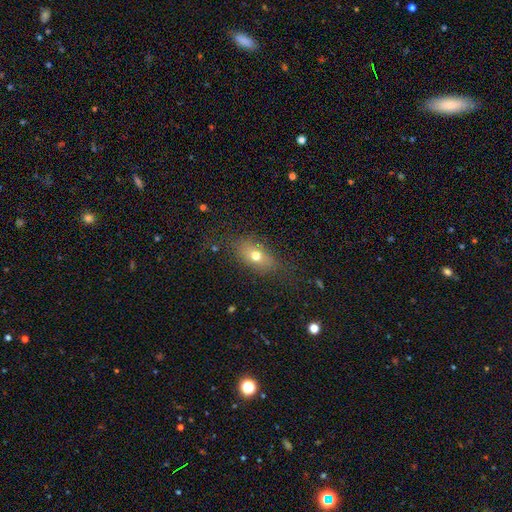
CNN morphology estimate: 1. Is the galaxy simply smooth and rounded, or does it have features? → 68% smooth, 19% featured or disk, 13% star or artifact.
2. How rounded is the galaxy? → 76% in between, 17% round, 7% cigar-shaped.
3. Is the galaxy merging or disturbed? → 76% none, 15% minor disturbance, 8% major disturbance, 2% merger.